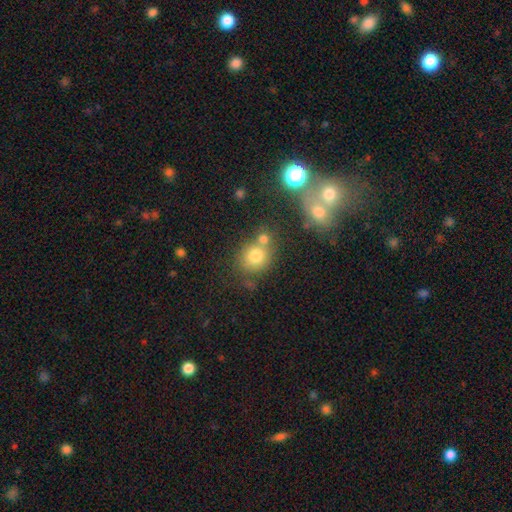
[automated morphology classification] Smooth or featured?
  - smooth: 76% *
  - star or artifact: 13%
  - featured or disk: 12%
How rounded?
  - round: 78% *
  - in between: 21%
  - cigar-shaped: 1%
Merging?
  - none: 50% *
  - merger: 34%
  - minor disturbance: 11%
  - major disturbance: 5%